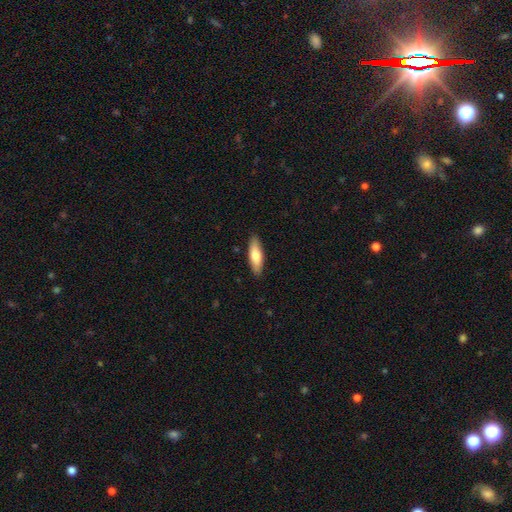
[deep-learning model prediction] smooth-or-featured: smooth: 72% | featured or disk: 22% | star or artifact: 5%
  how-rounded: cigar-shaped: 50% | in between: 48% | round: 2%
  merging: none: 88% | minor disturbance: 9% | major disturbance: 2% | merger: 1%